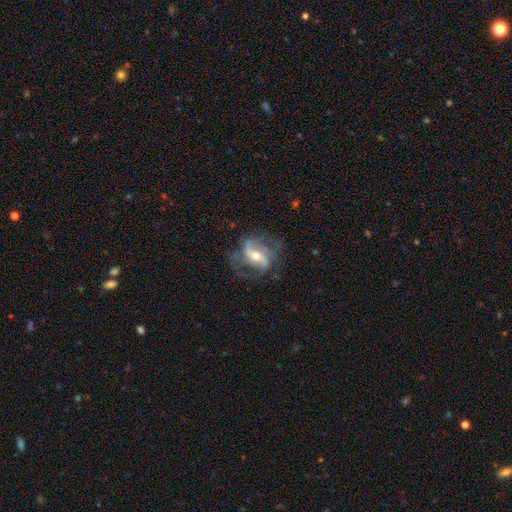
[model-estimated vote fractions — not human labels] Smooth or featured? Predicted: featured or disk (p=0.86). Edge-on disk? Predicted: no (p=0.96). Bar? Predicted: strong (p=0.39). Spiral arms? Predicted: yes (p=0.94). Spiral winding? Predicted: loose (p=0.45). Spiral arm count? Predicted: 2 (p=0.73). Bulge size? Predicted: moderate (p=0.61). Merging? Predicted: none (p=0.63).